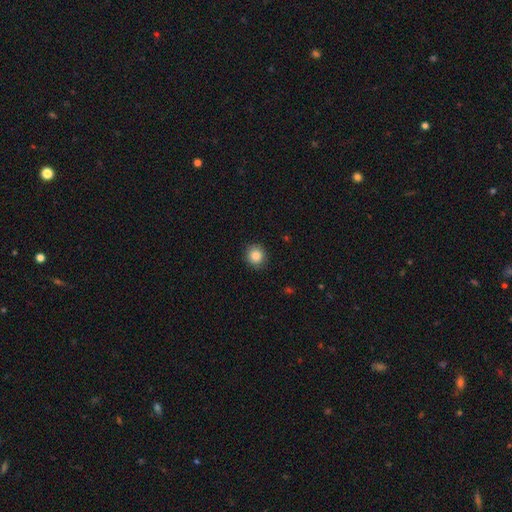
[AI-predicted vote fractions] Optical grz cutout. It shows a smooth galaxy with no disk features (85%) that is round (89%). Merging: none (89%).